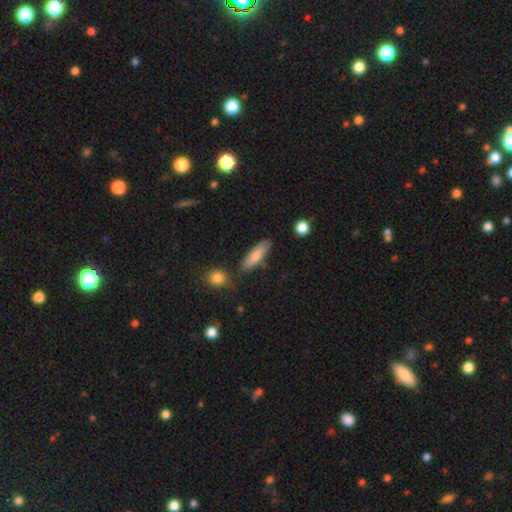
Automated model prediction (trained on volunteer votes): smooth-or-featured: smooth: 77% | featured or disk: 17% | star or artifact: 6%
  how-rounded: in between: 49% | cigar-shaped: 48% | round: 2%
  merging: none: 78% | minor disturbance: 14% | merger: 5% | major disturbance: 3%